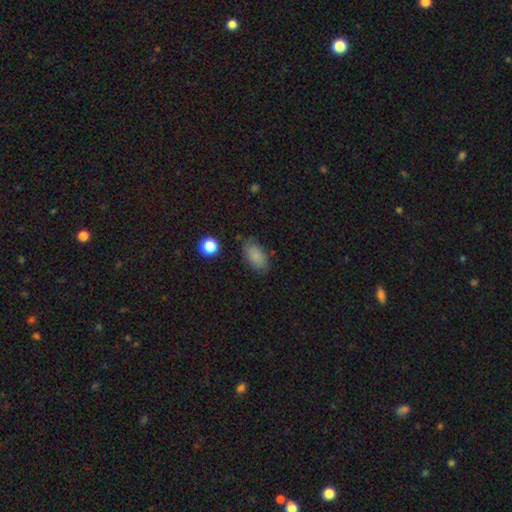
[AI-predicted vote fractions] This appears to be a smooth galaxy with no disk features (84%) that is in between round and cigar-shaped (91%). Merging: none (77%).